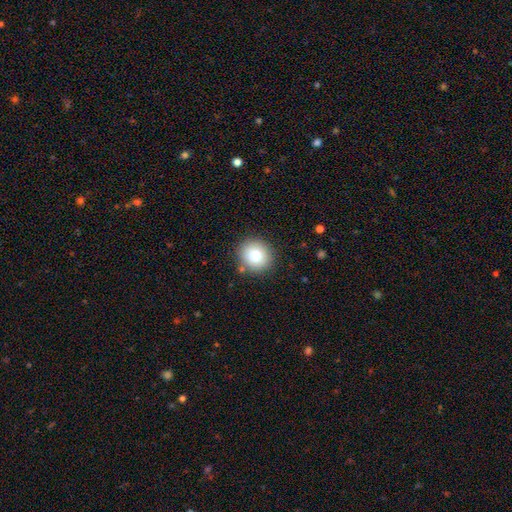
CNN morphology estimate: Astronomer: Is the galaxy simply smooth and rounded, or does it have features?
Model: smooth — 76%.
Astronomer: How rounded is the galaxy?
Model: round — 84%.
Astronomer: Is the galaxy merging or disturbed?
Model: none — 87%.